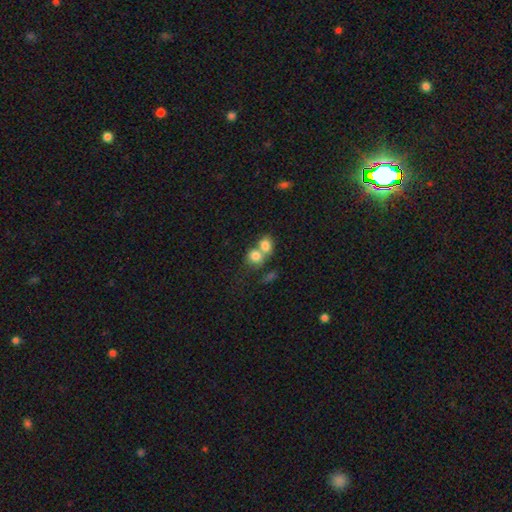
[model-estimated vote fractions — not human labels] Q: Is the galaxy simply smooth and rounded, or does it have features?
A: smooth — 79%.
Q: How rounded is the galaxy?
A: round — 68%.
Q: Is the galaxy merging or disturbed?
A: merger — 62%.